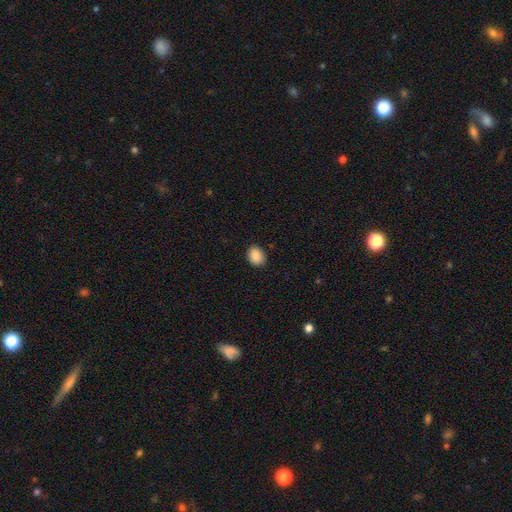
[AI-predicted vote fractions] This is clearly a smooth galaxy (88%). How rounded: possibly in between (59%). Merging: clearly none (88%).